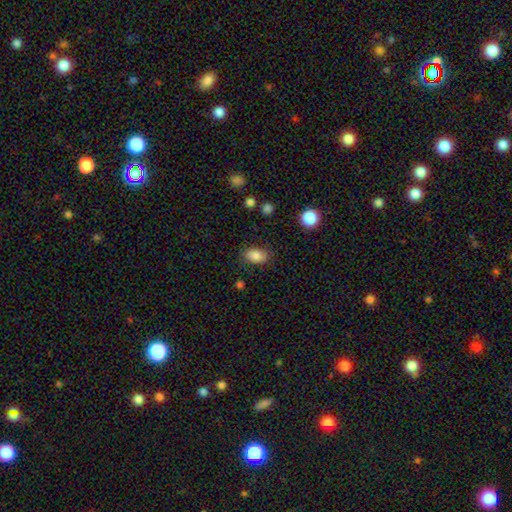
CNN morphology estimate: type=smooth (84%); roundness=in between (87%); merging=none (83%).